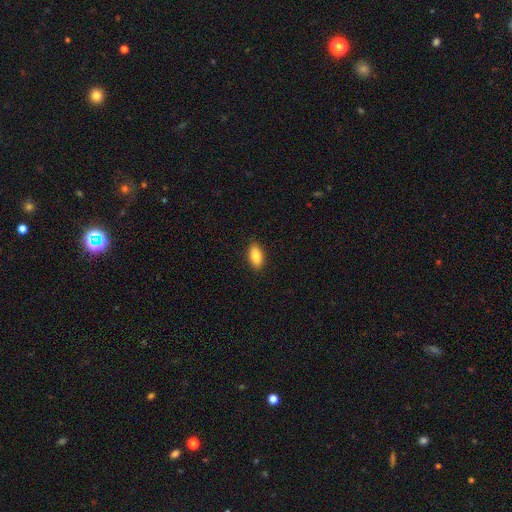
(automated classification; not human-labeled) smooth_or_featured: smooth (p=0.88) [alt: star or artifact p=0.07]
how_rounded: in between (p=0.90) [alt: cigar-shaped p=0.07]
merging: none (p=0.89) [alt: minor disturbance p=0.08]